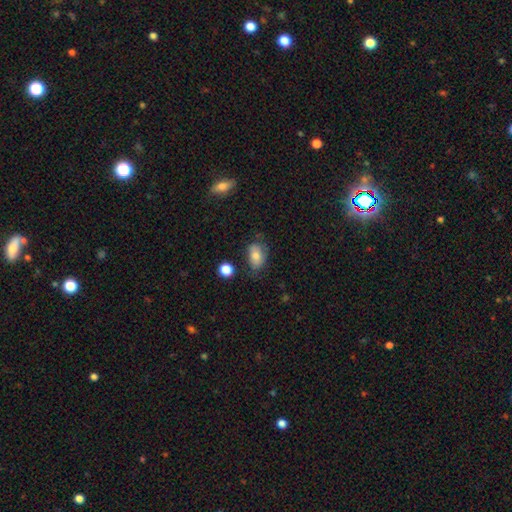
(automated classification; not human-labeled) Overall: smooth (75%). How rounded: in between (88%). Merging: none (62%; minor disturbance 27%).